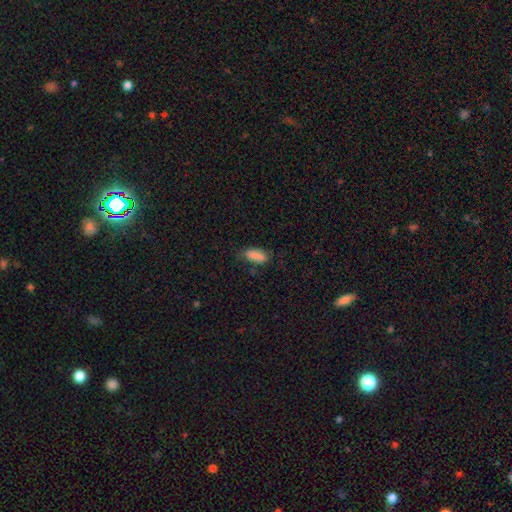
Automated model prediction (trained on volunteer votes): Smooth or featured: smooth — 81% (featured or disk — 11%)
How rounded: in between — 82% (cigar-shaped — 15%)
Merging: none — 62% (minor disturbance — 27%)